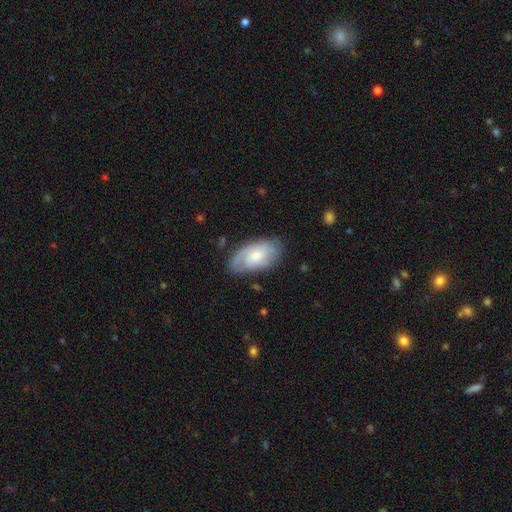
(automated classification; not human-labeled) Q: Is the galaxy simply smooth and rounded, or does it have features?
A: featured or disk — 56%.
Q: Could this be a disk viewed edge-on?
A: no — 94%.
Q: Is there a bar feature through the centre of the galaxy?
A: no — 69%.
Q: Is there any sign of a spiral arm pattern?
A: yes — 85%.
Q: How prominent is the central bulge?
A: small — 46%.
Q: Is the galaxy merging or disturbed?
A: none — 73%.